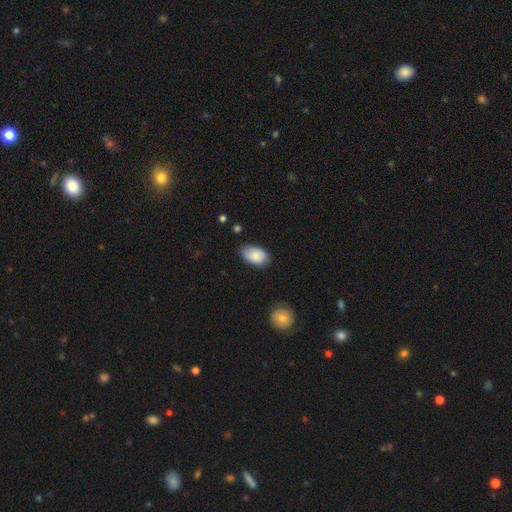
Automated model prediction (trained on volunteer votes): This is clearly a smooth galaxy (86%). How rounded: clearly in between (92%). Merging: likely none (77%).